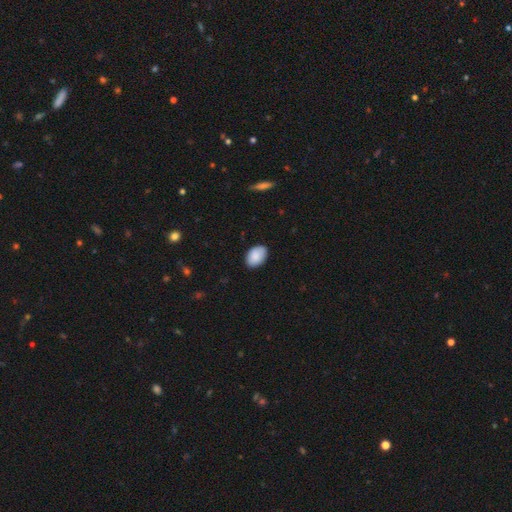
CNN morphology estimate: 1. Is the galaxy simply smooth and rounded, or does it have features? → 88% smooth, 6% star or artifact, 5% featured or disk.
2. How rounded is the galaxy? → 89% in between, 10% round, 1% cigar-shaped.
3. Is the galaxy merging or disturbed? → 85% none, 12% minor disturbance, 2% major disturbance, 1% merger.